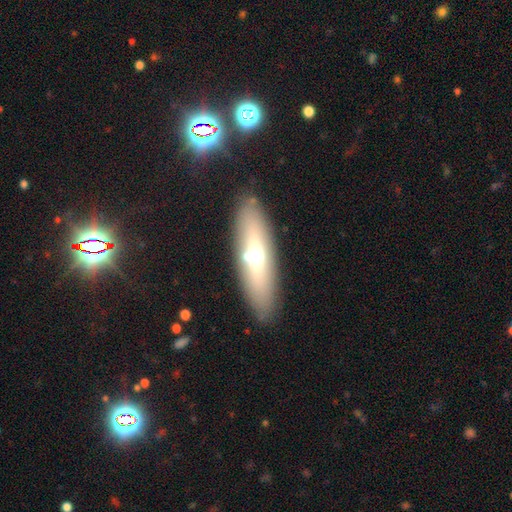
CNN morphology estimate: smooth-or-featured: smooth: 48% | featured or disk: 44% | star or artifact: 9%
  merging: none: 82% | minor disturbance: 10% | merger: 4% | major disturbance: 4%